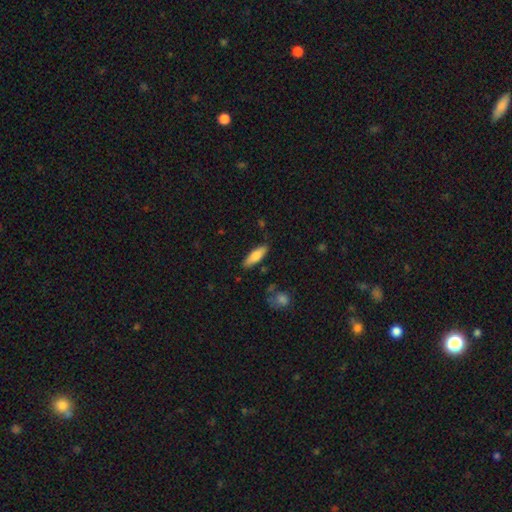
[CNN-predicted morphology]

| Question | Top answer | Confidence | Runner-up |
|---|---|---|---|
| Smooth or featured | smooth | 78% | featured or disk (16%) |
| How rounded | in between | 57% | cigar-shaped (41%) |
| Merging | none | 80% | minor disturbance (14%) |